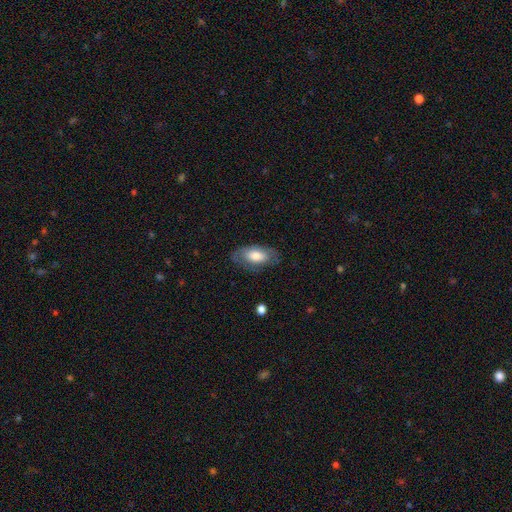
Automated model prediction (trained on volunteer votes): The model was most divided on "smooth or featured": smooth: 63%, featured or disk: 31%, star or artifact: 6%. More confident: how rounded — in between (92%); merging — none (74%).